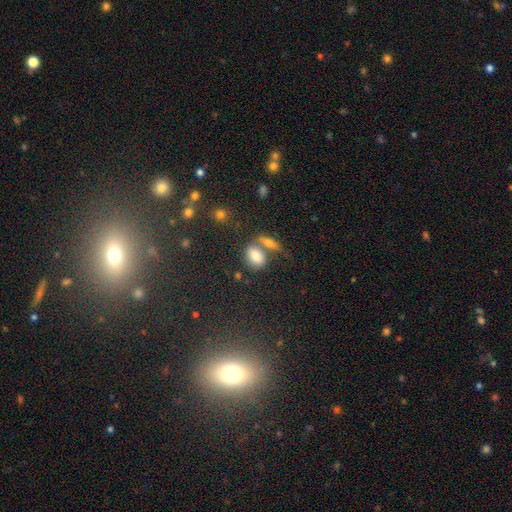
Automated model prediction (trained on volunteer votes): Morphology: type=smooth (78%); roundness=in between (81%); merging=none (45%).